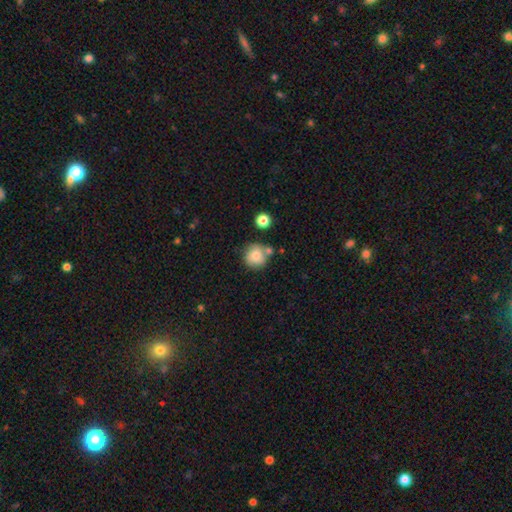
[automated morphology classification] Overall: smooth (82%). How rounded: round (91%). Merging: none (66%).